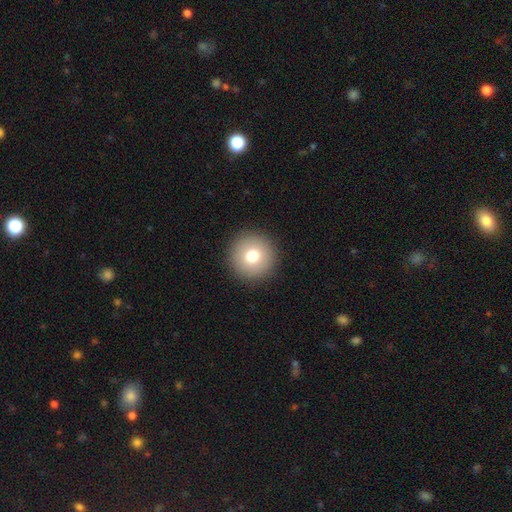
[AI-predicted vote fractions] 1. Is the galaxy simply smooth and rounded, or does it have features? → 68% smooth, 18% star or artifact, 14% featured or disk.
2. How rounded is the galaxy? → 96% round, 3% in between, 1% cigar-shaped.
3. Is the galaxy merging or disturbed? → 93% none, 4% minor disturbance, 2% major disturbance, 1% merger.